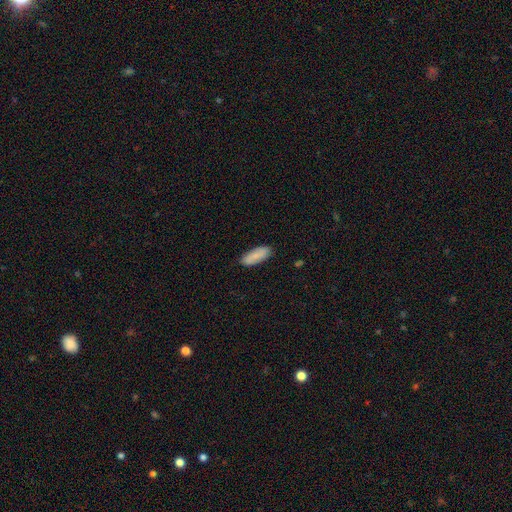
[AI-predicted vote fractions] Morphology: type=smooth (81%); roundness=in between (76%); merging=none (86%).